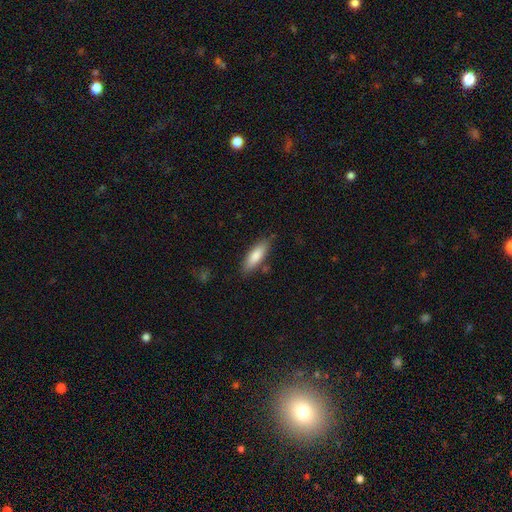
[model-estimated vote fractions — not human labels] Q: Smooth or featured?
A: smooth (81%); runner-up: featured or disk (13%)
Q: How rounded?
A: in between (53%); runner-up: cigar-shaped (46%)
Q: Merging?
A: none (79%); runner-up: minor disturbance (14%)